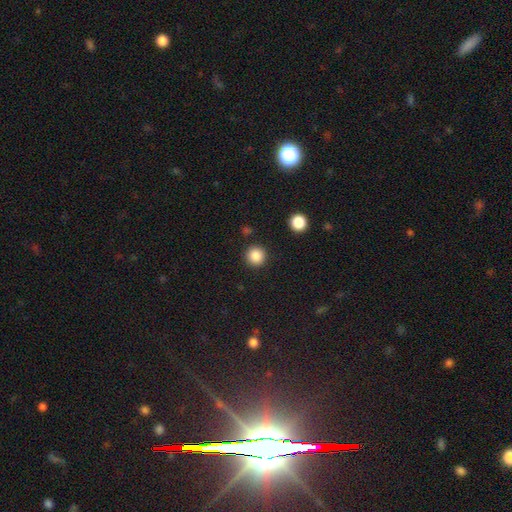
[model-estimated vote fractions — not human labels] The model was most divided on "smooth or featured": smooth: 86%, star or artifact: 10%, featured or disk: 3%. More confident: how rounded — round (95%); merging — none (90%).